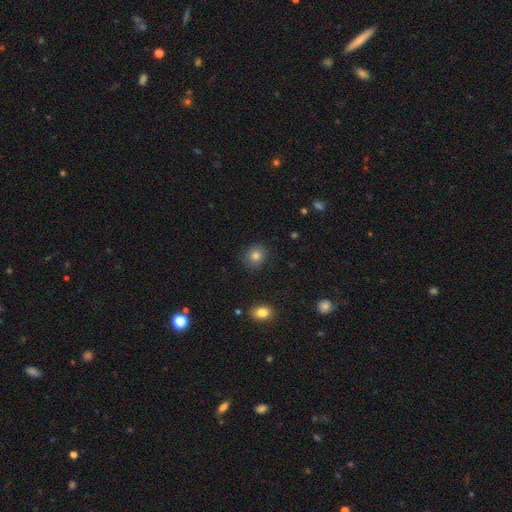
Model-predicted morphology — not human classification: Smooth or featured?
  - smooth: 81% *
  - star or artifact: 11%
  - featured or disk: 8%
How rounded?
  - round: 77% *
  - in between: 22%
  - cigar-shaped: 1%
Merging?
  - none: 88% *
  - minor disturbance: 8%
  - major disturbance: 2%
  - merger: 1%